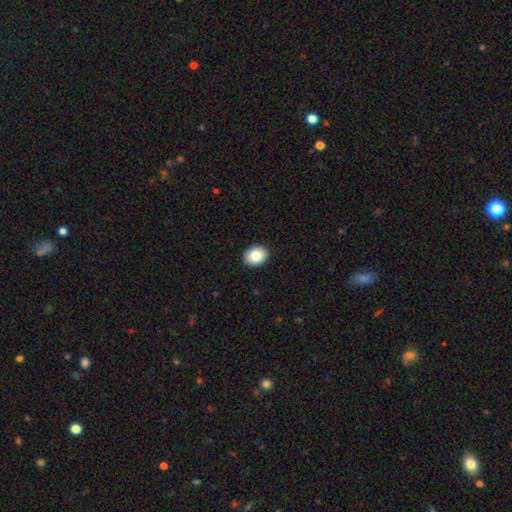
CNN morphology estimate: The model was most divided on "how rounded": in between: 56%, round: 44%, cigar-shaped: 1%. More confident: merging — none (91%); smooth or featured — smooth (84%).